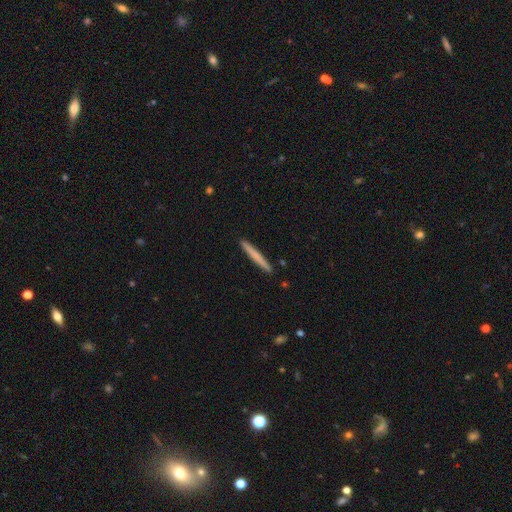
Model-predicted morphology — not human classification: A smooth galaxy with no disk features (66%) that is cigar-shaped (97%).

Vote fractions:
- Smooth or featured? smooth: 66% / featured or disk: 29% / star or artifact: 5%
- How rounded? cigar-shaped: 97% / in between: 2% / round: 1%
- Merging? none: 92% / minor disturbance: 5% / merger: 1% / major disturbance: 1%